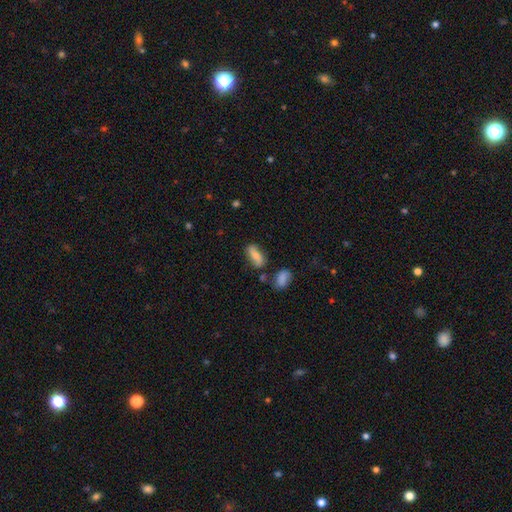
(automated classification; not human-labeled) Smooth or featured? smooth (64%)
How rounded? in between (76%)
Merging? none (71%)